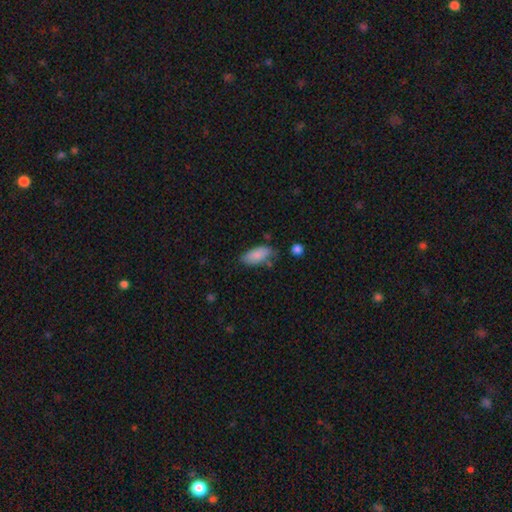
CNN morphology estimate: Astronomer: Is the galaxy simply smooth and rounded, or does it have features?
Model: smooth — 84%.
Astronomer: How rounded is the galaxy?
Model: in between — 90%.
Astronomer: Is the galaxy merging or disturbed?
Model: none — 64%.